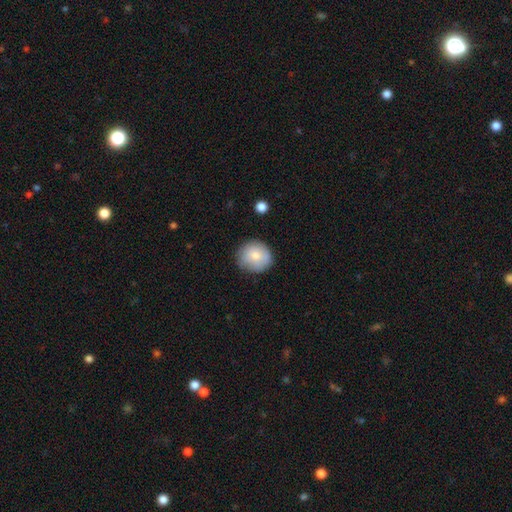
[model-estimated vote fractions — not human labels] Smooth or featured? Predicted: smooth (p=0.77). How rounded? Predicted: round (p=0.86). Merging? Predicted: none (p=0.76).